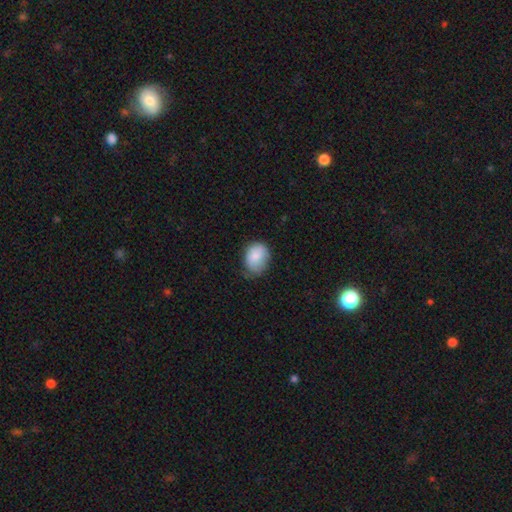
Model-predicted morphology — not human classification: This appears to be a smooth galaxy with no disk features (83%) that is in between round and cigar-shaped (62%). Merging: none (58%).